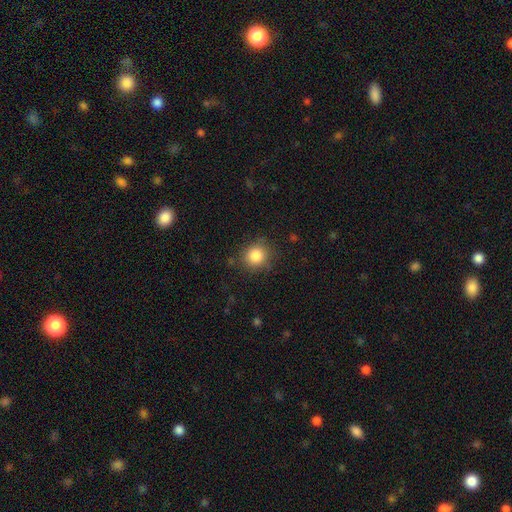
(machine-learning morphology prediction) Smooth or featured? Predicted: smooth (p=0.84). How rounded? Predicted: round (p=0.86). Merging? Predicted: none (p=0.83).